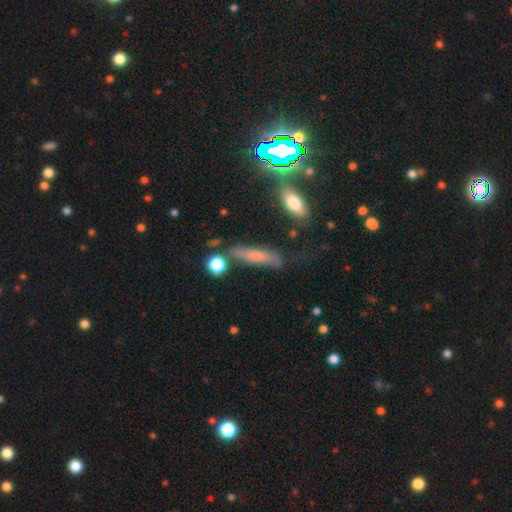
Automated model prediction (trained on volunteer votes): smooth 58%, featured or disk 25%, star or artifact 17%. Down the decision tree: how rounded — cigar-shaped (77%); merging — none (66%).